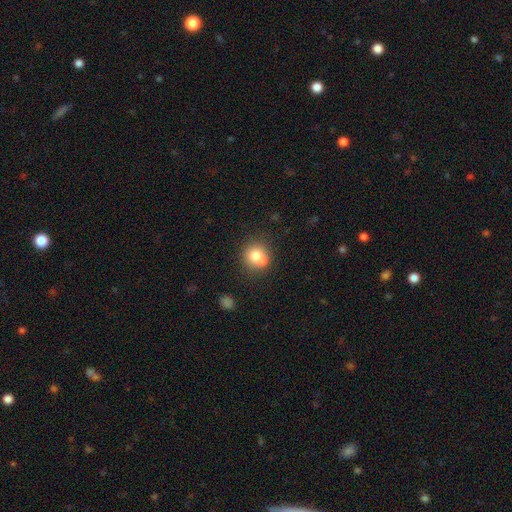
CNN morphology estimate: This is likely a smooth galaxy (73%). How rounded: clearly round (87%). Merging: possibly none (53%).